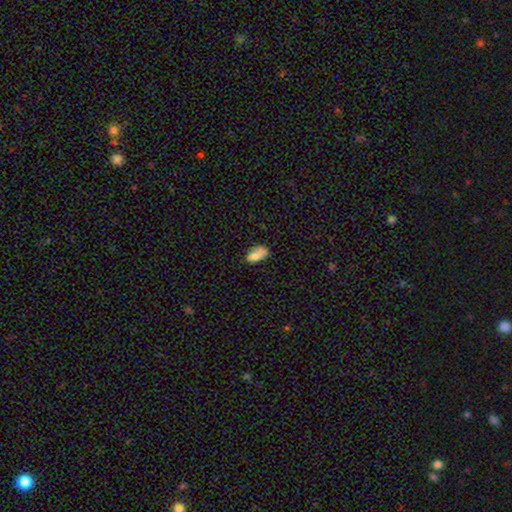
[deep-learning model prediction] The model was most divided on "merging": none: 47%, minor disturbance: 31%, major disturbance: 13%, merger: 9%. More confident: how rounded — in between (91%); smooth or featured — smooth (77%).